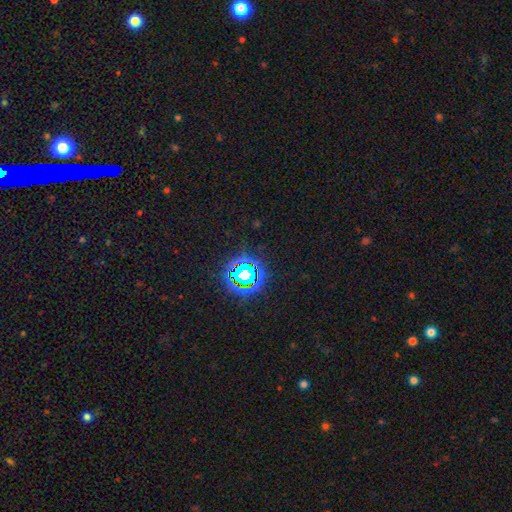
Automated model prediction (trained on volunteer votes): Smooth or featured: star or artifact — 81% (smooth — 12%)